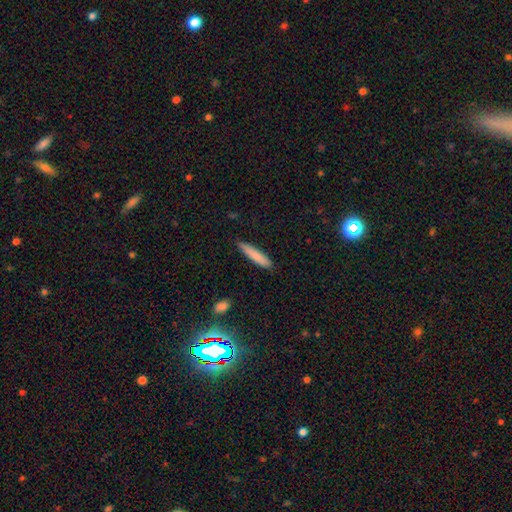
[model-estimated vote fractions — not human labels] Smooth or featured? Predicted: smooth (p=0.82). How rounded? Predicted: cigar-shaped (p=0.89). Merging? Predicted: none (p=0.87).